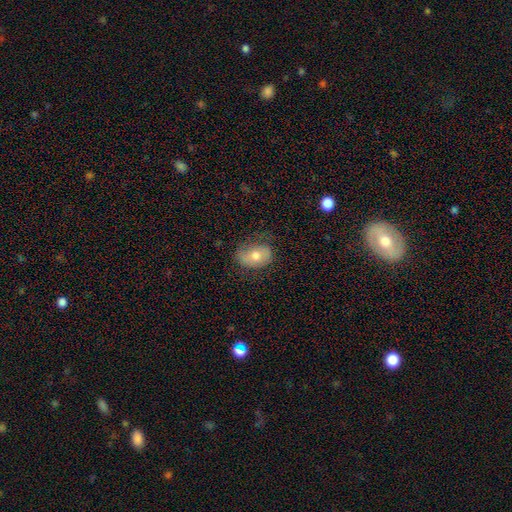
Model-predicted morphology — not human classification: Overall: smooth (60%; featured or disk 31%). How rounded: in between (75%). Merging: none (63%; minor disturbance 26%).